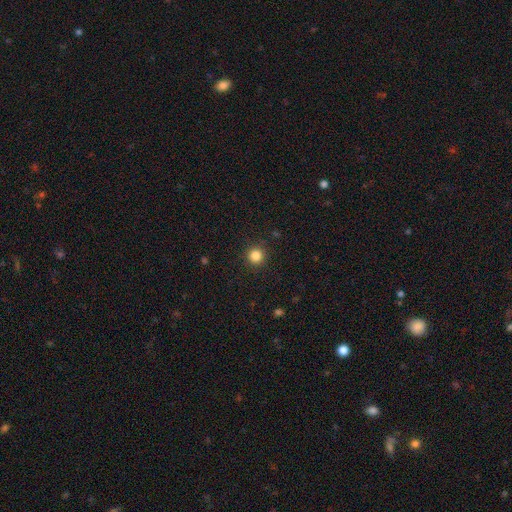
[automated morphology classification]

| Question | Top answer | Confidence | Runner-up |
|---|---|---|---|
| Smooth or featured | smooth | 85% | star or artifact (12%) |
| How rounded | round | 95% | in between (4%) |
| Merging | none | 92% | minor disturbance (5%) |